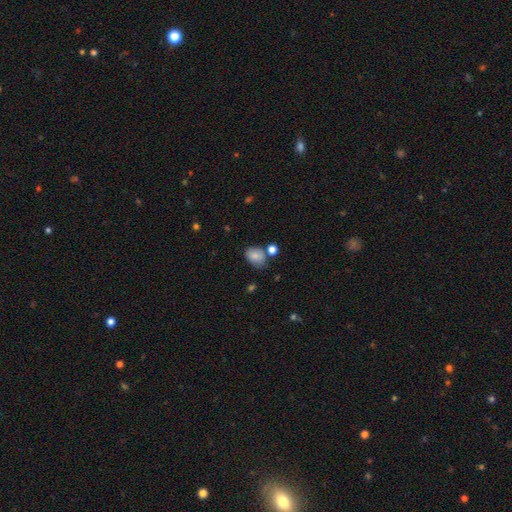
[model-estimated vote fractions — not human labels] Overall: smooth (80%). How rounded: in between (63%; round 36%). Merging: none (62%).